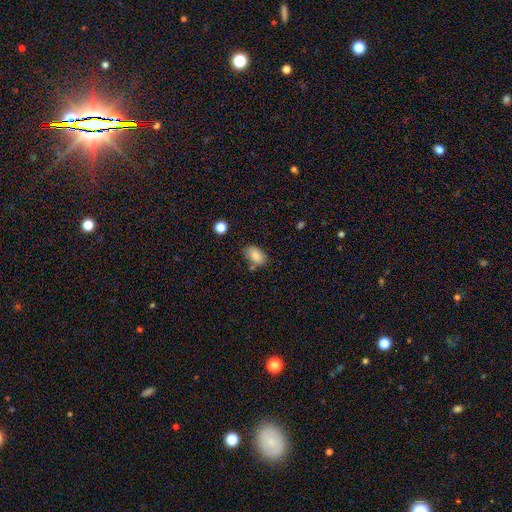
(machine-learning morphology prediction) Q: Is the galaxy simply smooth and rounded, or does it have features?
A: smooth — 84%.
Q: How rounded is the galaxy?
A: in between — 91%.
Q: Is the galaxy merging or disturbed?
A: none — 72%.